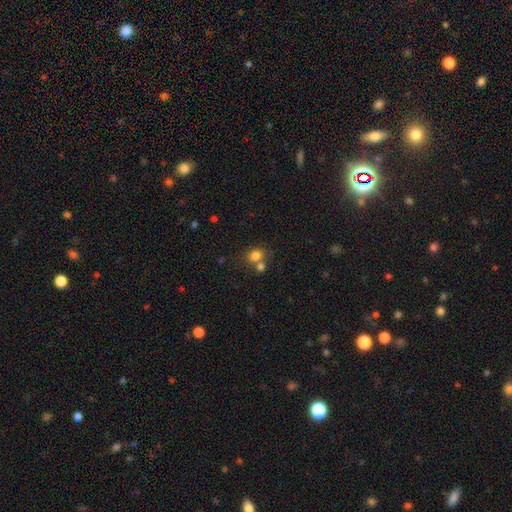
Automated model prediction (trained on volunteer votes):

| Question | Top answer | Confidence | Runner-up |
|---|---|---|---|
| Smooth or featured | smooth | 79% | star or artifact (12%) |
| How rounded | round | 57% | in between (42%) |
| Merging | none | 49% | merger (37%) |